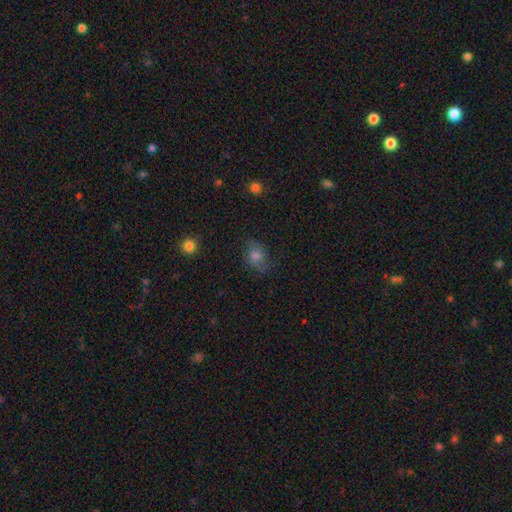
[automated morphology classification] smooth 62%, featured or disk 23%, star or artifact 15%. Down the decision tree: how rounded — in between (59%); merging — none (67%).